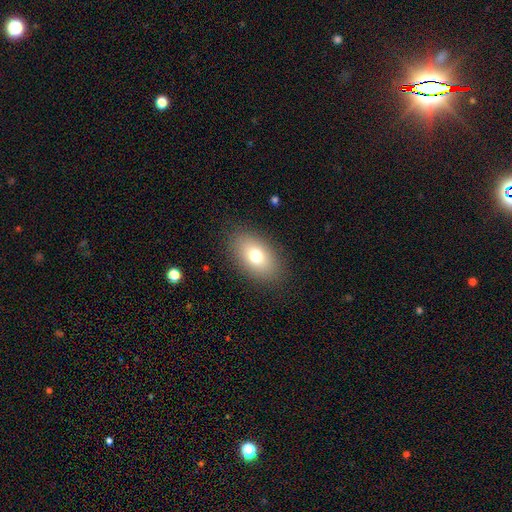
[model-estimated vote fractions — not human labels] Smooth or featured? Predicted: smooth (p=0.75). How rounded? Predicted: in between (p=0.90). Merging? Predicted: none (p=0.86).